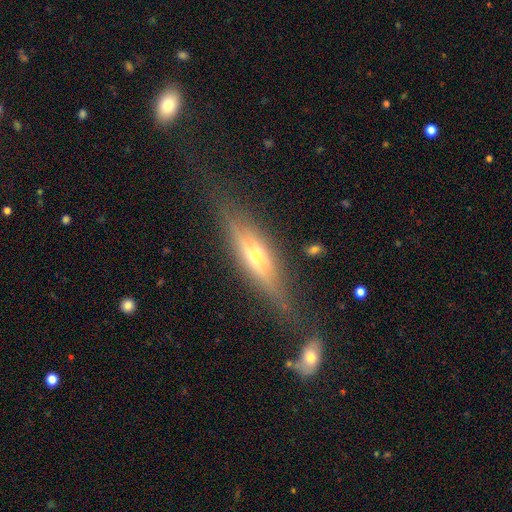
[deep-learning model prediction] Overall: featured or disk (61%; smooth 31%). Edge-on disk: yes (87%). Edge-on bulge: rounded (84%). Merging: none (70%).